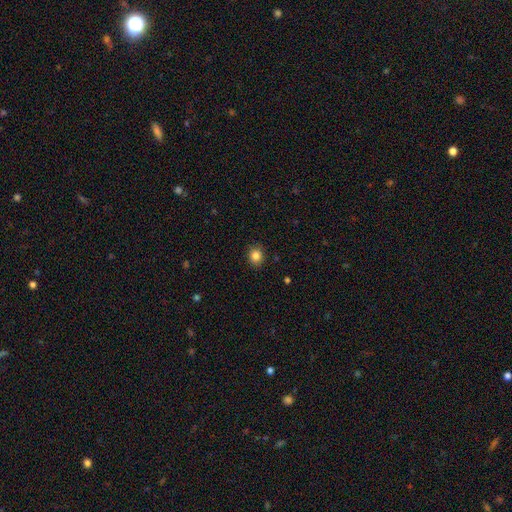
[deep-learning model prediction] Q: Smooth or featured?
A: smooth (85%); runner-up: star or artifact (11%)
Q: How rounded?
A: round (77%); runner-up: in between (23%)
Q: Merging?
A: none (90%); runner-up: minor disturbance (7%)